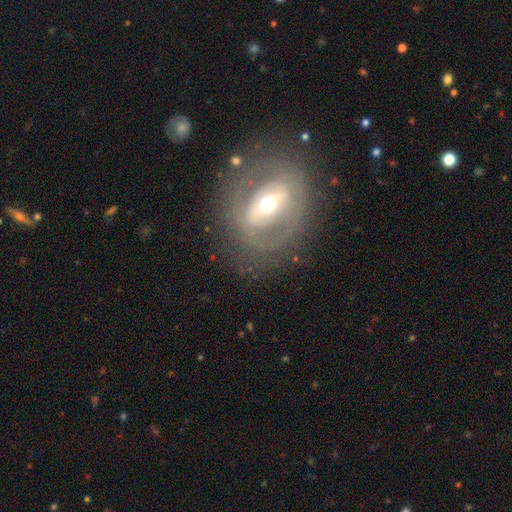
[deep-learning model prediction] smooth-or-featured: featured or disk: 72% | smooth: 20% | star or artifact: 8%
  disk-edge-on: no: 90% | yes: 10%
    bar: strong: 48% | weak: 31% | no: 21%
    has-spiral-arms: no: 59% | yes: 41%
    bulge-size: moderate: 64% | small: 27% | large: 8% | dominant: 1% | none: 1%
  merging: none: 75% | minor disturbance: 14% | major disturbance: 9% | merger: 2%